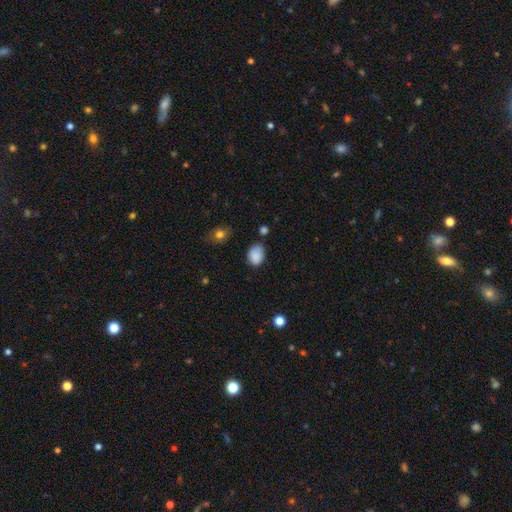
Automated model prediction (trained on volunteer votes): Smooth or featured? Predicted: smooth (p=0.86). How rounded? Predicted: in between (p=0.65). Merging? Predicted: none (p=0.63).